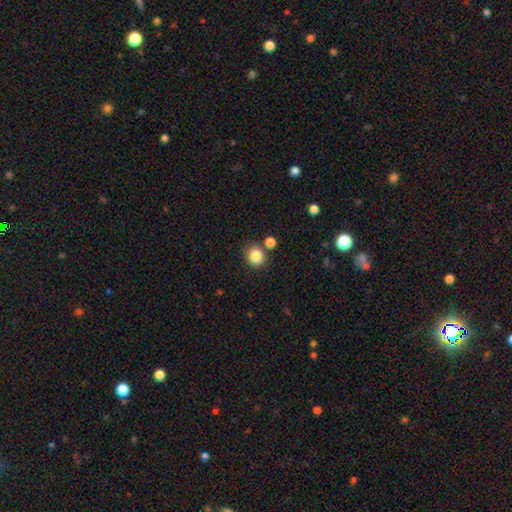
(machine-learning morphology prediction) The model was most divided on "merging": none: 78%, merger: 10%, minor disturbance: 9%, major disturbance: 3%. More confident: smooth or featured — smooth (85%); how rounded — round (84%).